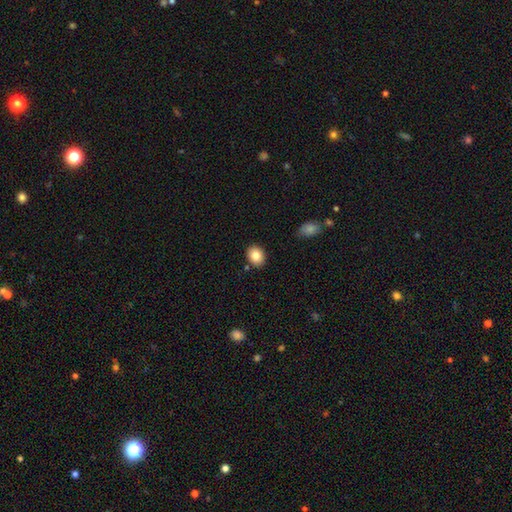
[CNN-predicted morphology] A smooth galaxy with no disk features (83%) that is in between round and cigar-shaped (59%). Merging: none (87%).